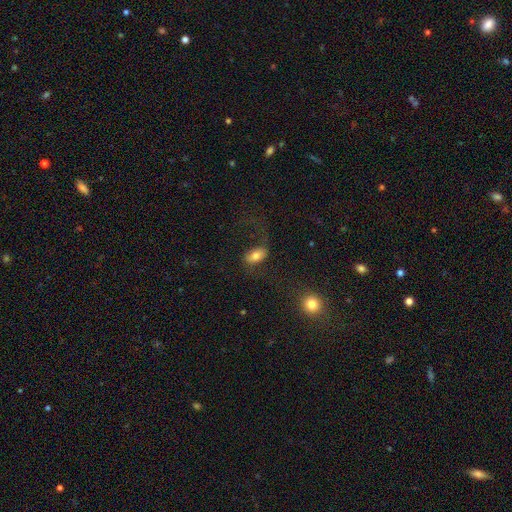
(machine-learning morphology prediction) The model was most divided on "merging": none: 55%, major disturbance: 25%, minor disturbance: 16%, merger: 4%. More confident: how rounded — in between (90%); smooth or featured — smooth (66%).